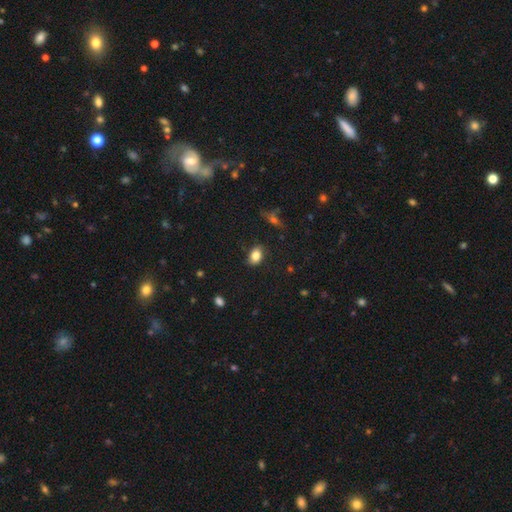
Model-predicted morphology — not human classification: A smooth galaxy with no disk features (82%) that is in between round and cigar-shaped (80%).

Vote fractions:
- Smooth or featured? smooth: 82% / star or artifact: 9% / featured or disk: 9%
- How rounded? in between: 80% / round: 18% / cigar-shaped: 2%
- Merging? none: 78% / minor disturbance: 17% / major disturbance: 4% / merger: 2%